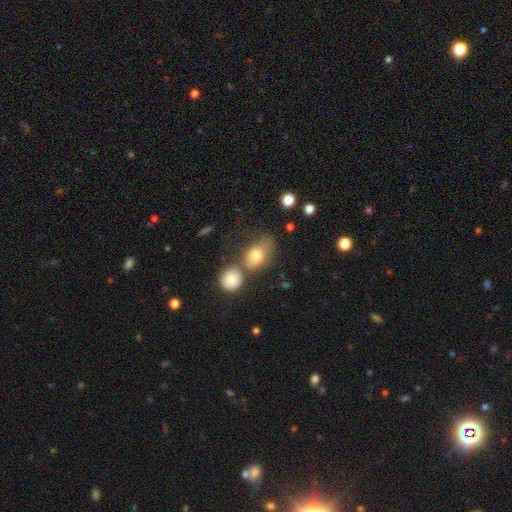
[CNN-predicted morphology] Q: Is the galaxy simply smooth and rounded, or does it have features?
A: smooth — 71%.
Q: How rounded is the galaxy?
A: in between — 72%.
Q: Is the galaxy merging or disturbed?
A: none — 39%.